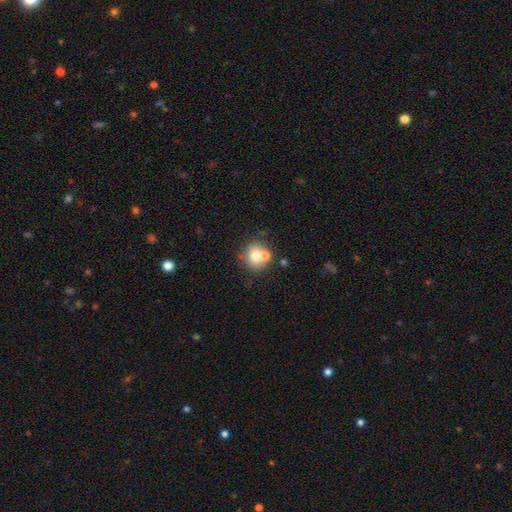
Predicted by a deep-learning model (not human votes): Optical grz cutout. It shows a smooth galaxy with no disk features (71%) that is round (79%). Merging: none (52%).